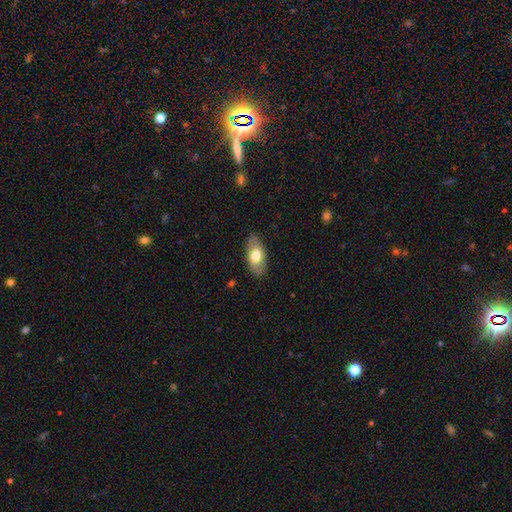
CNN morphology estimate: Q: Smooth or featured?
A: smooth (65%); runner-up: featured or disk (29%)
Q: How rounded?
A: in between (93%); runner-up: cigar-shaped (4%)
Q: Merging?
A: none (85%); runner-up: minor disturbance (12%)